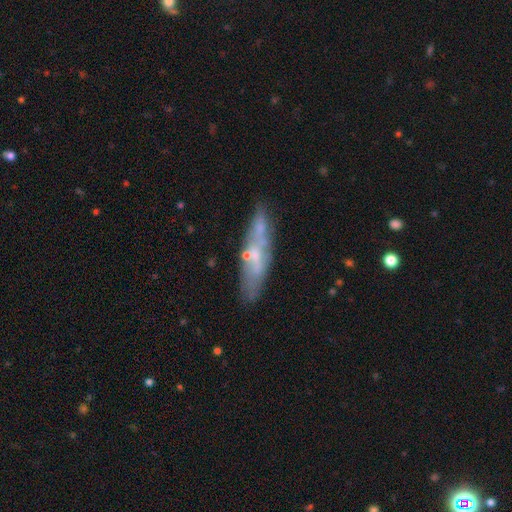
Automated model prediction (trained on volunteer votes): Morphology: type=featured or disk (55%); edge-on=no (59%); merging=none (64%).